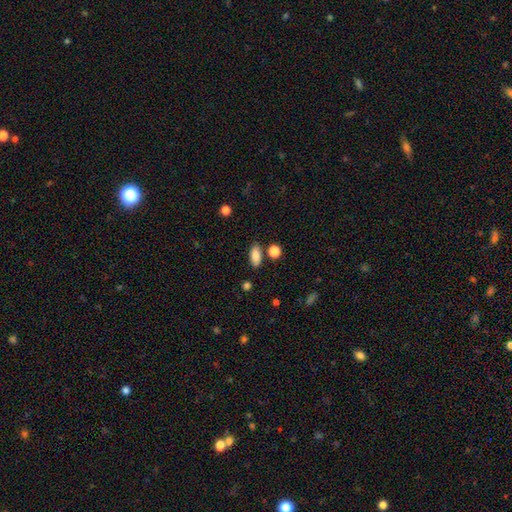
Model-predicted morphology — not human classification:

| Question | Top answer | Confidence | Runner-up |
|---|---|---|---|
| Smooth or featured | smooth | 86% | star or artifact (8%) |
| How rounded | in between | 87% | cigar-shaped (8%) |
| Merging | none | 80% | minor disturbance (12%) |